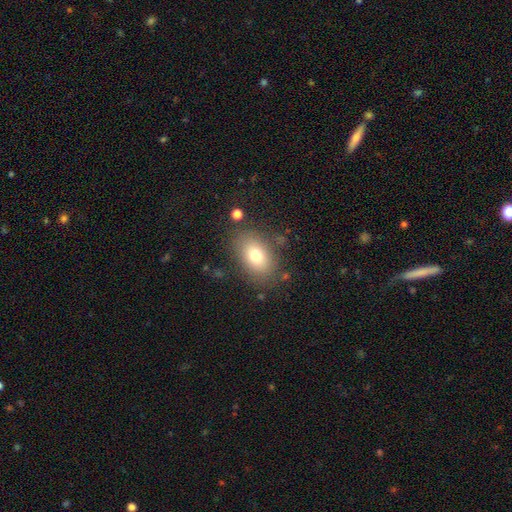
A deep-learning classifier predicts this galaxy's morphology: smooth 76%, featured or disk 15%, star or artifact 10%. Down the decision tree: how rounded — in between (84%); merging — none (79%).